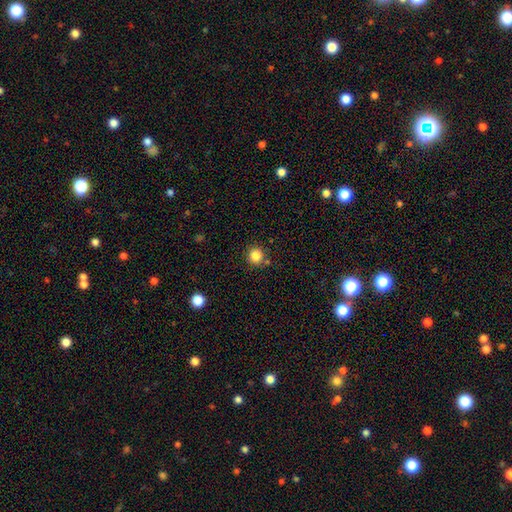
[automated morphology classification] Smooth or featured?
  - smooth: 84% *
  - star or artifact: 11%
  - featured or disk: 4%
How rounded?
  - round: 93% *
  - in between: 6%
  - cigar-shaped: 1%
Merging?
  - none: 82% *
  - minor disturbance: 9%
  - merger: 6%
  - major disturbance: 3%